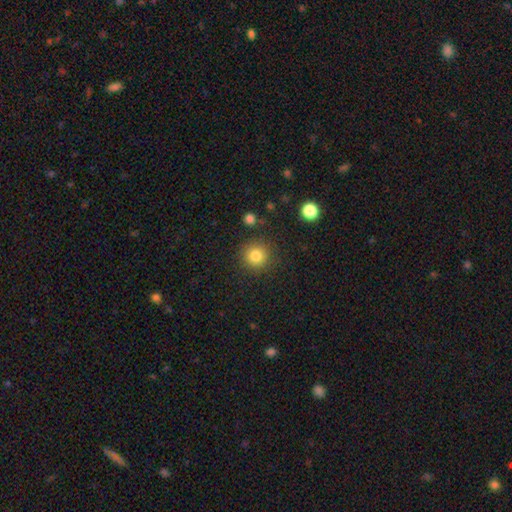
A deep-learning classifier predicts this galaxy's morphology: Smooth or featured? Predicted: smooth (p=0.82). How rounded? Predicted: round (p=0.94). Merging? Predicted: none (p=0.88).